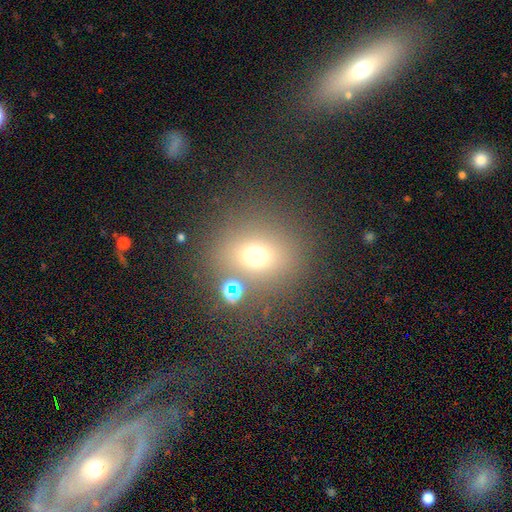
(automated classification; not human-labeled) This is likely a smooth galaxy (65%). How rounded: likely round (77%). Merging: likely none (75%).